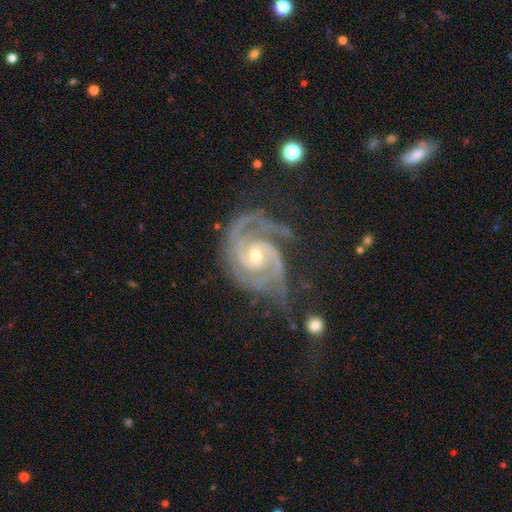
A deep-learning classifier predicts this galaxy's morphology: smooth-or-featured: featured or disk: 93% | star or artifact: 5% | smooth: 2%
  disk-edge-on: no: 98% | yes: 2%
    bar: no: 59% | weak: 29% | strong: 12%
    has-spiral-arms: yes: 99% | no: 1%
      spiral-winding: tight: 66% | medium: 31% | loose: 4%
      spiral-arm-count: 2: 61% | 3: 23% | can't tell: 5% | 4: 4% | 1: 3% | more than 4: 3%
    bulge-size: small: 52% | moderate: 45% | large: 1% | none: 1% | dominant: 1%
  merging: none: 57% | minor disturbance: 25% | major disturbance: 14% | merger: 3%